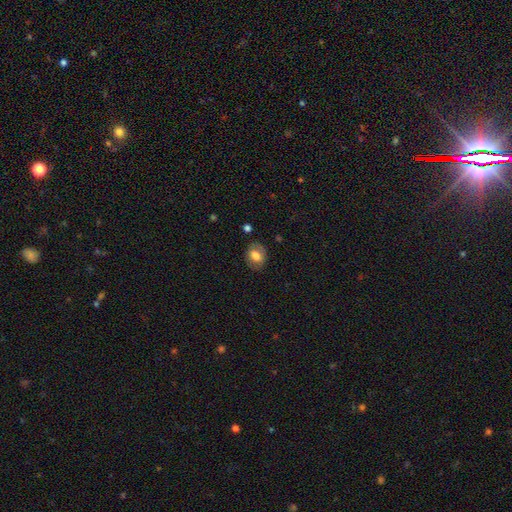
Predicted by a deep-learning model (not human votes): The model was most divided on "how rounded": in between: 59%, round: 40%, cigar-shaped: 1%. More confident: merging — none (77%); smooth or featured — smooth (67%).